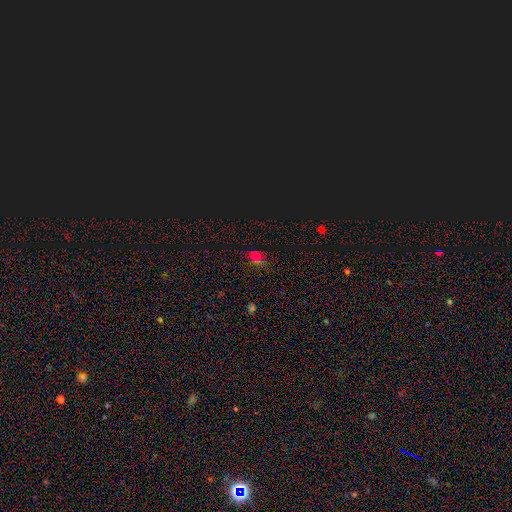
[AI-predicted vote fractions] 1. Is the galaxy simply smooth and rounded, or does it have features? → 50% smooth, 42% star or artifact, 8% featured or disk.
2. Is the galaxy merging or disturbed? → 70% none, 18% minor disturbance, 7% major disturbance, 4% merger.